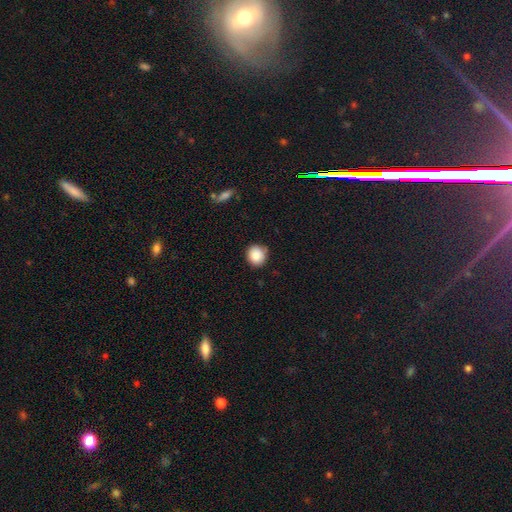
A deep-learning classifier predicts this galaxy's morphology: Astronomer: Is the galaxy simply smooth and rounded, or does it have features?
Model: smooth — 85%.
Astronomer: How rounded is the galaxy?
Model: round — 89%.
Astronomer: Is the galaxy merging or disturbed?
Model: none — 86%.